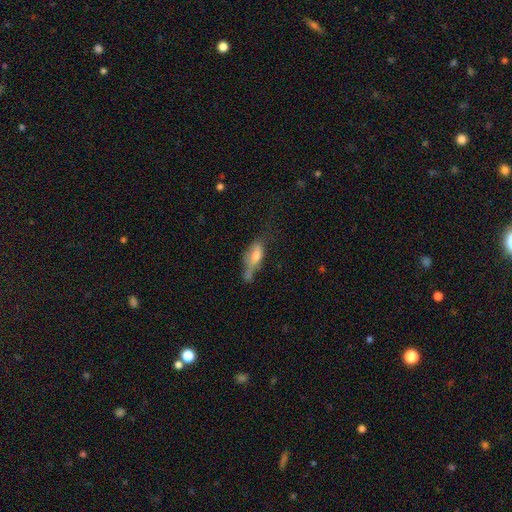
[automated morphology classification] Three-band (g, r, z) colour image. It shows a smooth galaxy with no disk features (61%) that is in between round and cigar-shaped (60%). Merging: none (28%, tied with minor disturbance).